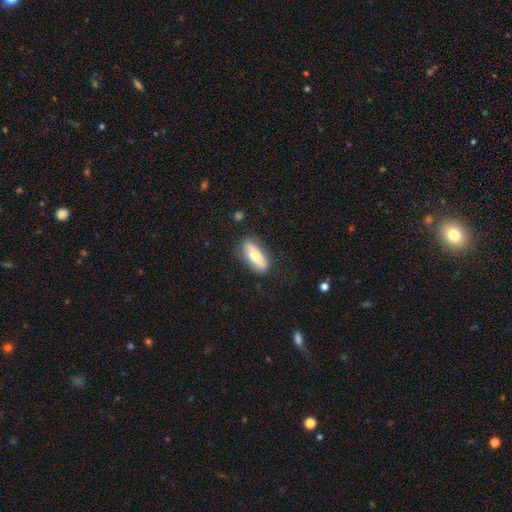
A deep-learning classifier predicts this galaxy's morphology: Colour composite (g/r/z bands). It shows a smooth galaxy with no disk features (58%) that is in between round and cigar-shaped (56%). Merging: none (84%).